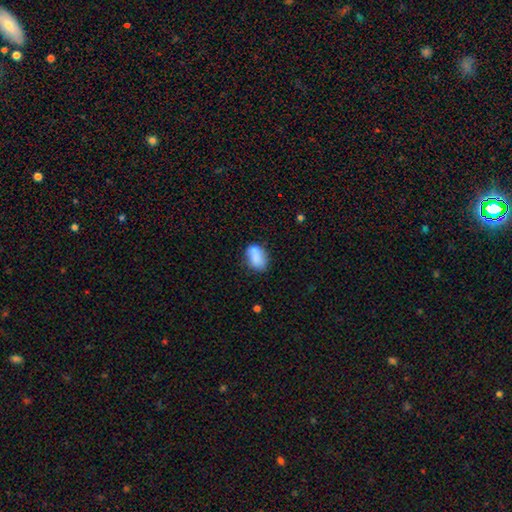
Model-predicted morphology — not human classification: Q: Smooth or featured?
A: smooth (79%); runner-up: featured or disk (12%)
Q: How rounded?
A: in between (83%); runner-up: round (14%)
Q: Merging?
A: none (57%); runner-up: minor disturbance (24%)